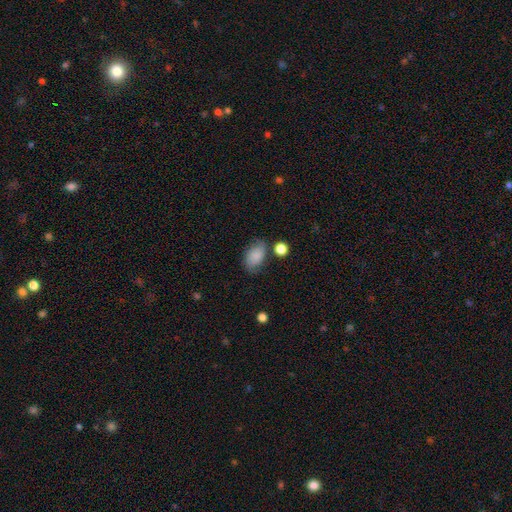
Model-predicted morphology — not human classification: A smooth galaxy with no disk features (78%) that is in between round and cigar-shaped (88%). Merging: none (65%).